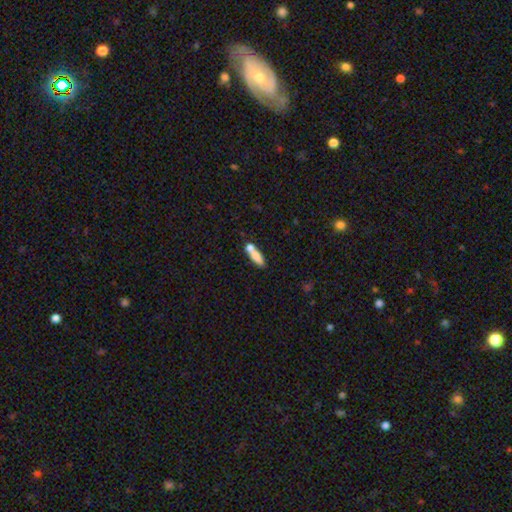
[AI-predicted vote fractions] smooth 74%, featured or disk 18%, star or artifact 8%. Down the decision tree: how rounded — cigar-shaped (49%); merging — none (44%).